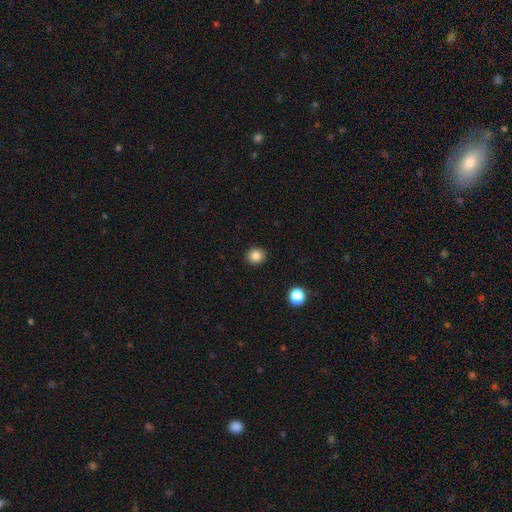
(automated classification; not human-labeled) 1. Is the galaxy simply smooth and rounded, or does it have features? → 84% smooth, 11% star or artifact, 5% featured or disk.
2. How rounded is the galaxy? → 84% round, 15% in between, 1% cigar-shaped.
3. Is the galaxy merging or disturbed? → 92% none, 5% minor disturbance, 2% major disturbance, 1% merger.